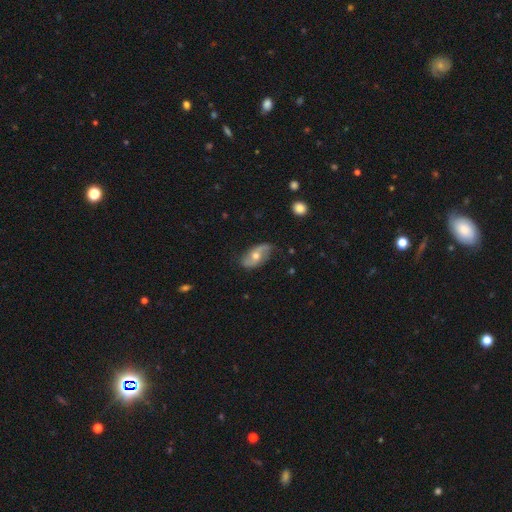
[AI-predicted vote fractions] Overall: featured or disk (64%; smooth 30%). Edge-on disk: no (91%). Bar: no (64%; weak 26%). Spiral arms: yes (83%). Bulge size: moderate (72%). Merging: none (70%).